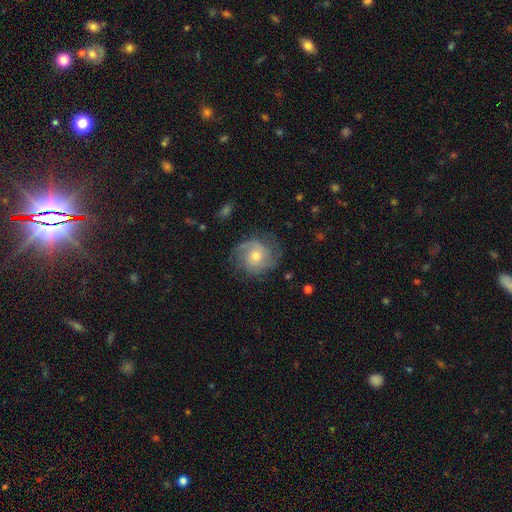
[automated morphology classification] featured or disk 71%, smooth 22%, star or artifact 7%. Down the decision tree: edge-on disk — no (98%); bar — no (70%); spiral arms — yes (92%); spiral arm count — 2 (44%); spiral winding — tight (44%); bulge size — moderate (57%); merging — none (72%).